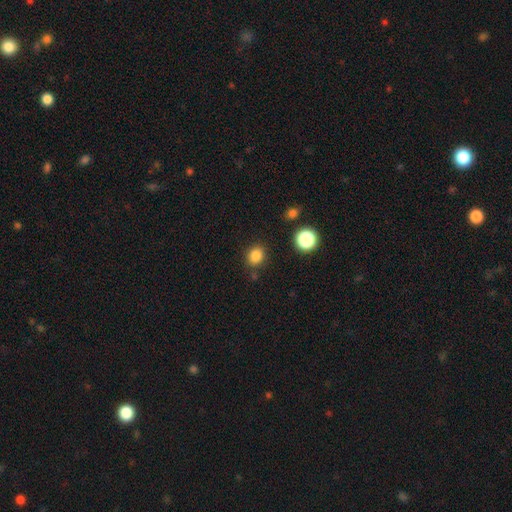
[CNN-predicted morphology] Smooth or featured? smooth (84%)
How rounded? round (69%)
Merging? none (84%)